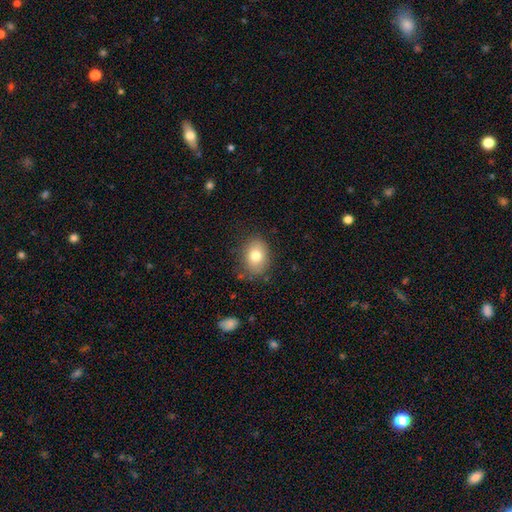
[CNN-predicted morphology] A smooth galaxy with no disk features (77%) that is in between round and cigar-shaped (59%).

Vote fractions:
- Smooth or featured? smooth: 77% / featured or disk: 13% / star or artifact: 10%
- How rounded? in between: 59% / round: 40% / cigar-shaped: 1%
- Merging? none: 80% / minor disturbance: 14% / major disturbance: 4% / merger: 2%